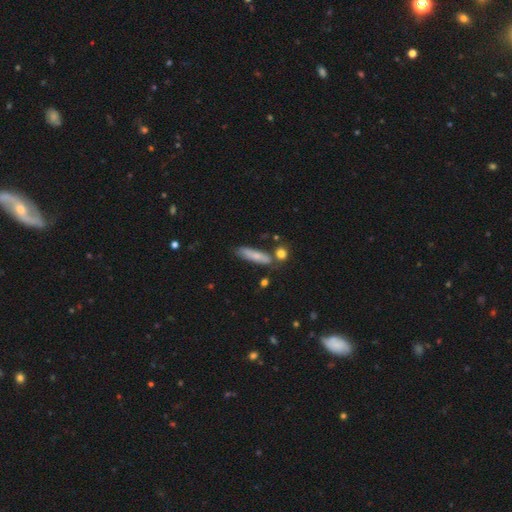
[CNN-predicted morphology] Overall: smooth (71%). How rounded: cigar-shaped (71%). Merging: none (69%).